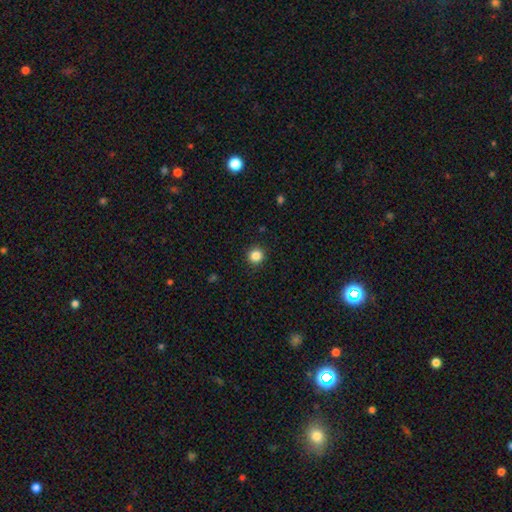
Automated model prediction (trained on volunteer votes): This is clearly a smooth galaxy (85%). How rounded: clearly round (94%). Merging: clearly none (92%).